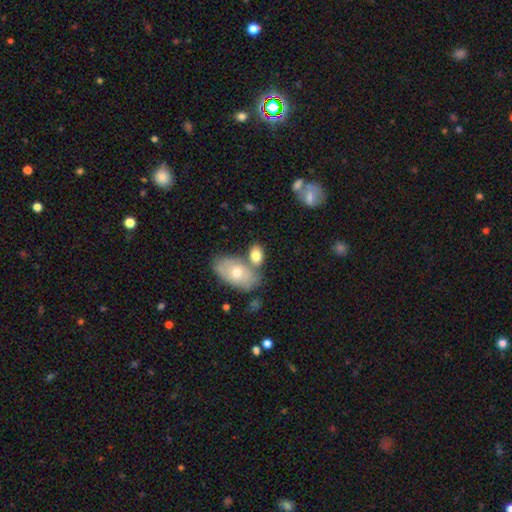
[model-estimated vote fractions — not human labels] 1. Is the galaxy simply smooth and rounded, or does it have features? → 71% smooth, 21% featured or disk, 7% star or artifact.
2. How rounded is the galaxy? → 88% in between, 10% round, 2% cigar-shaped.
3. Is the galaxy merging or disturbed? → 48% none, 34% merger, 14% minor disturbance, 4% major disturbance.